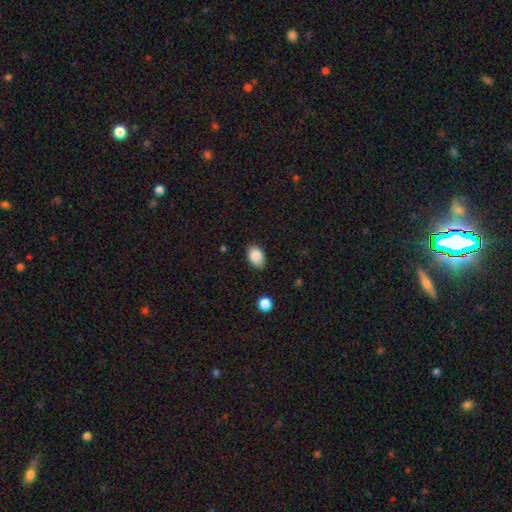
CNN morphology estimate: smooth_or_featured: smooth (p=0.87) [alt: star or artifact p=0.08]
how_rounded: in between (p=0.87) [alt: round p=0.12]
merging: none (p=0.83) [alt: minor disturbance p=0.13]